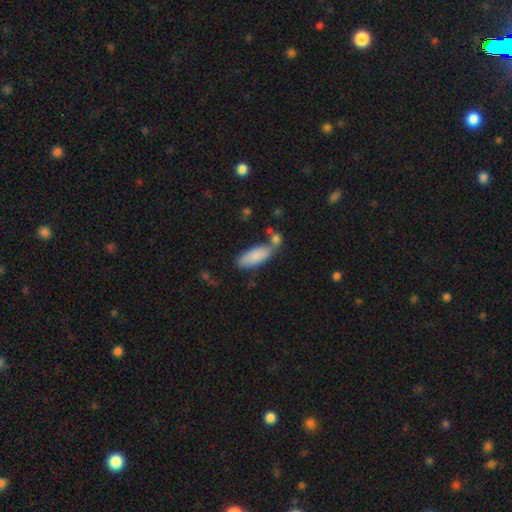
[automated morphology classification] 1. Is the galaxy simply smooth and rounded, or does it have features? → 85% smooth, 9% featured or disk, 6% star or artifact.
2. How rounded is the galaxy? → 76% in between, 22% cigar-shaped, 2% round.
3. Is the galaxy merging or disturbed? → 55% none, 21% merger, 18% minor disturbance, 6% major disturbance.